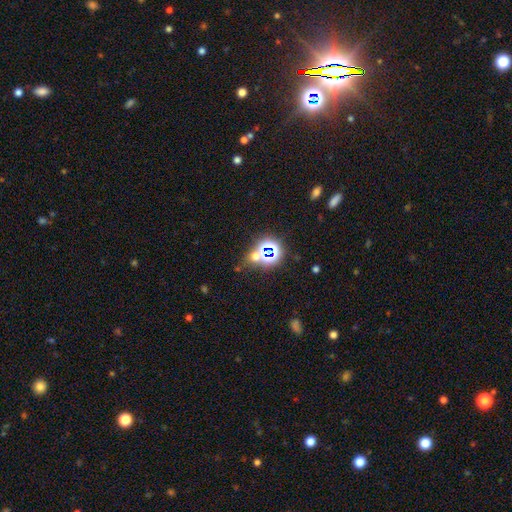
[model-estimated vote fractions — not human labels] smooth_or_featured: star or artifact (p=0.56) [alt: smooth p=0.35]